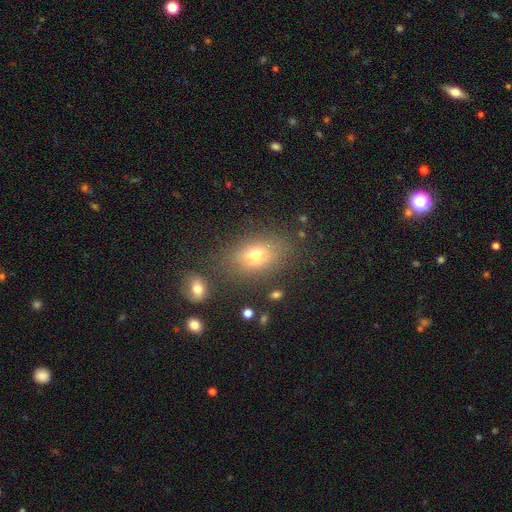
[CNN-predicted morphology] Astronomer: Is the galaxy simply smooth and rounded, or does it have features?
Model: smooth — 65%.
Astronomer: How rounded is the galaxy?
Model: in between — 76%.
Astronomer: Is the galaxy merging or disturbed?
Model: none — 76%.